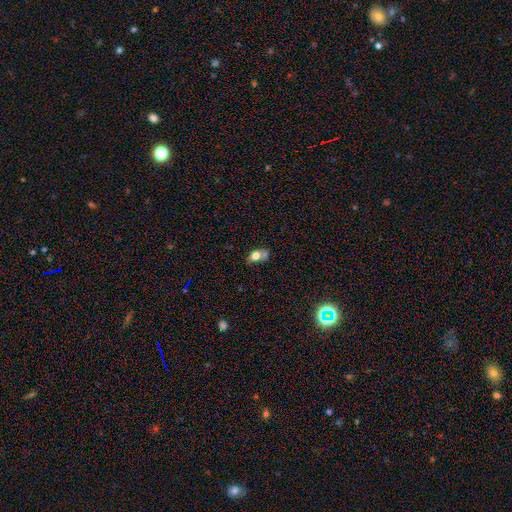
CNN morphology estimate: Smooth or featured? smooth (70%)
How rounded? in between (76%)
Merging? none (32%)